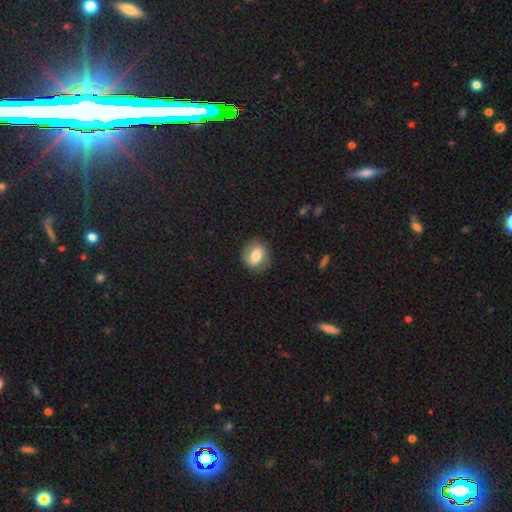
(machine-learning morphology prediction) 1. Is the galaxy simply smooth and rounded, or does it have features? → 51% smooth, 41% featured or disk, 8% star or artifact.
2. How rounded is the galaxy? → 57% round, 41% in between, 2% cigar-shaped.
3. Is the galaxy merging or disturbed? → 81% none, 13% minor disturbance, 5% major disturbance, 1% merger.